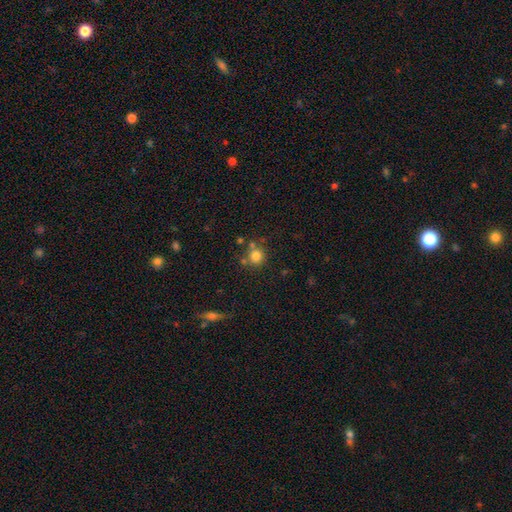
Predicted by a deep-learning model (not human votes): A smooth galaxy with no disk features (79%) that is round (90%). Merging: none (65%).